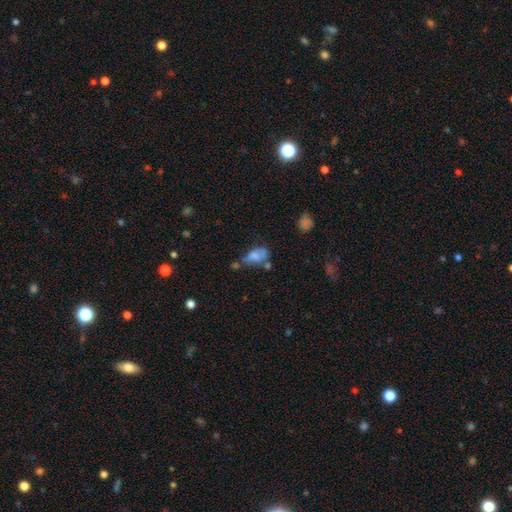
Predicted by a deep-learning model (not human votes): smooth 62%, featured or disk 27%, star or artifact 11%. Down the decision tree: how rounded — in between (86%); merging — none (28%).